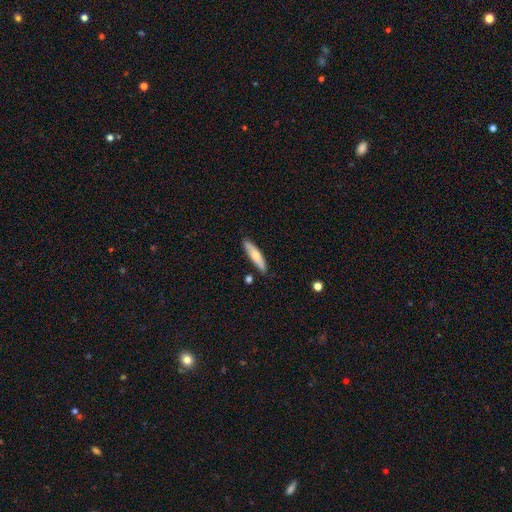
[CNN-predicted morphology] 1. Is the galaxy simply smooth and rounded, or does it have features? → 65% smooth, 30% featured or disk, 6% star or artifact.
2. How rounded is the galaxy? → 75% cigar-shaped, 24% in between, 2% round.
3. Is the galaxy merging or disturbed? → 82% none, 13% minor disturbance, 3% merger, 2% major disturbance.